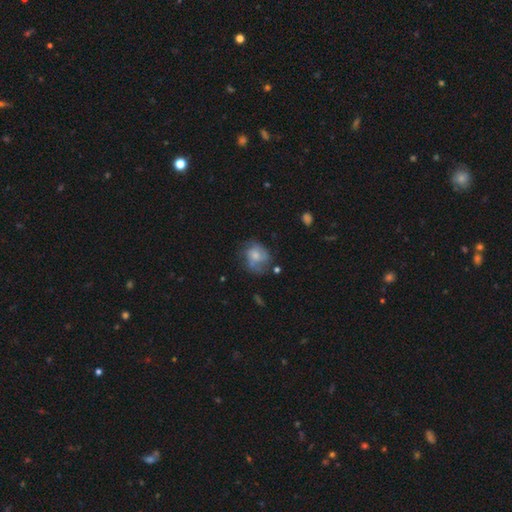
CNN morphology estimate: A featured or disk galaxy (46%).

Vote fractions:
- Smooth or featured? featured or disk: 46% / smooth: 45% / star or artifact: 9%
- Merging? none: 51% / minor disturbance: 27% / major disturbance: 17% / merger: 5%